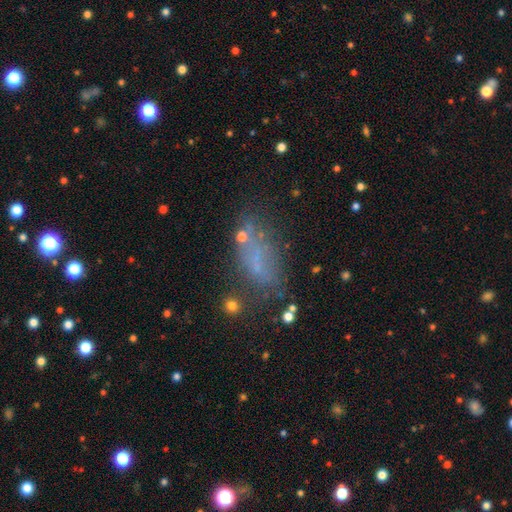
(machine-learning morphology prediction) A smooth galaxy with no disk features (49%). Merging: none (52%).